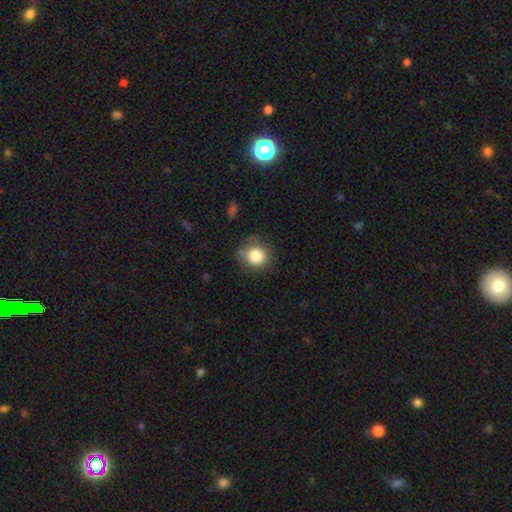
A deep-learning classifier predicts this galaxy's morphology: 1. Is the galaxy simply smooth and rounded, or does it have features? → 83% smooth, 10% star or artifact, 7% featured or disk.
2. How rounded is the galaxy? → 86% round, 13% in between, 1% cigar-shaped.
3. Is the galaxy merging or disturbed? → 75% none, 18% minor disturbance, 5% major disturbance, 2% merger.